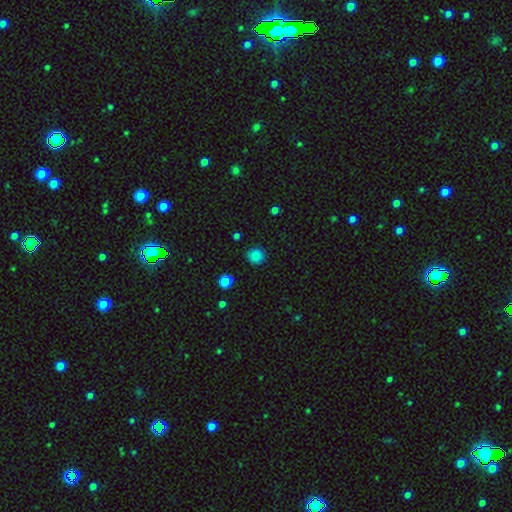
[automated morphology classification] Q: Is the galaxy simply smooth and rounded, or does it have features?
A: smooth — 85%.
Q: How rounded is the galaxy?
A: round — 90%.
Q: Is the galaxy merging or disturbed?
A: none — 88%.